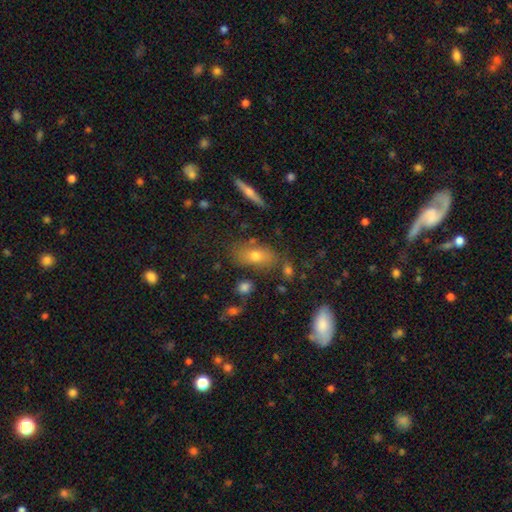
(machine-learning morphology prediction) type=smooth (64%); roundness=in between (82%); merging=none (72%).